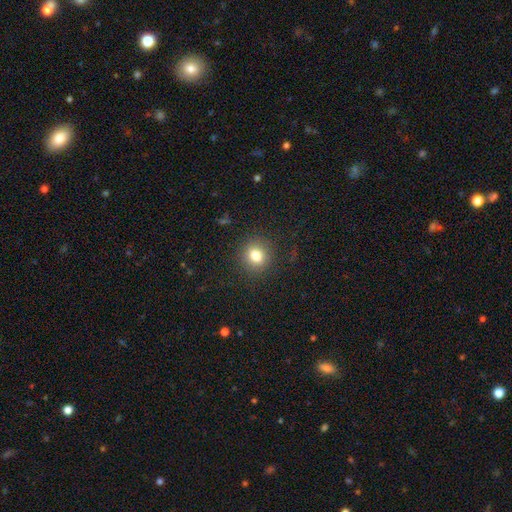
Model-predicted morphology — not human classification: smooth_or_featured: smooth (p=0.80) [alt: star or artifact p=0.12]
how_rounded: round (p=0.84) [alt: in between p=0.15]
merging: none (p=0.89) [alt: minor disturbance p=0.07]